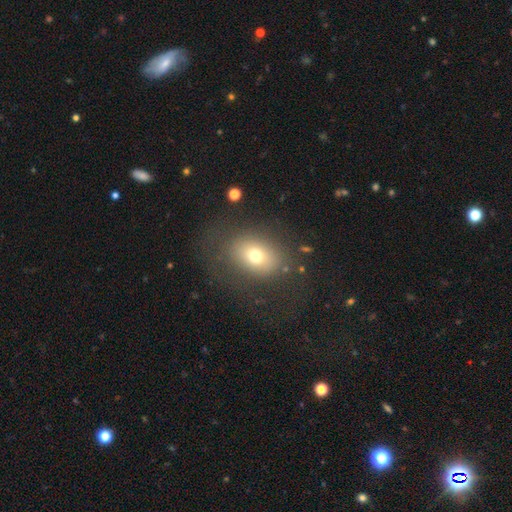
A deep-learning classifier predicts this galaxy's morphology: Q: Smooth or featured?
A: smooth (70%); runner-up: featured or disk (17%)
Q: How rounded?
A: in between (61%); runner-up: round (37%)
Q: Merging?
A: none (68%); runner-up: minor disturbance (16%)